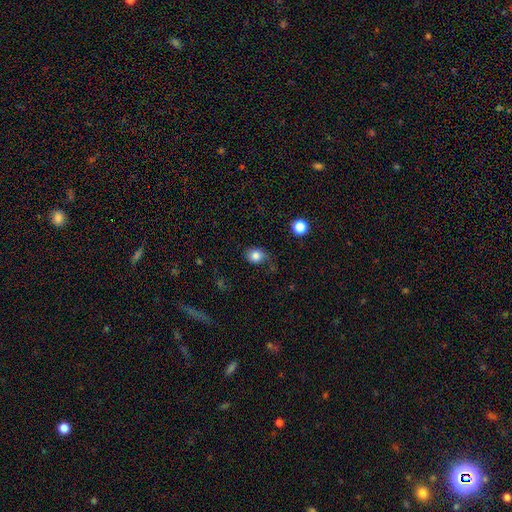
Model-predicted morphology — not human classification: Overall: smooth (83%). How rounded: round (64%; in between 35%). Merging: none (62%; minor disturbance 25%).